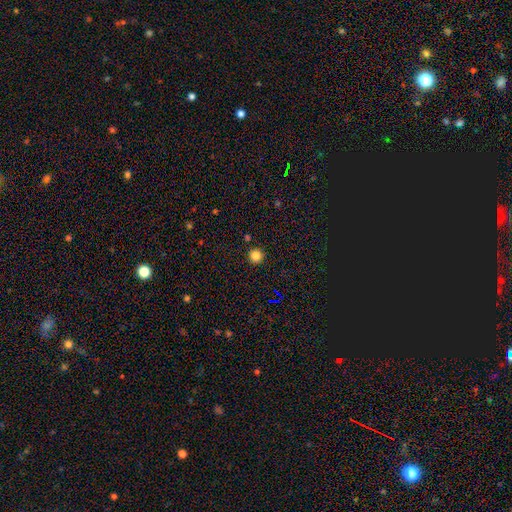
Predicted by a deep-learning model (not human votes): Overall: smooth (83%). How rounded: round (96%). Merging: none (92%).